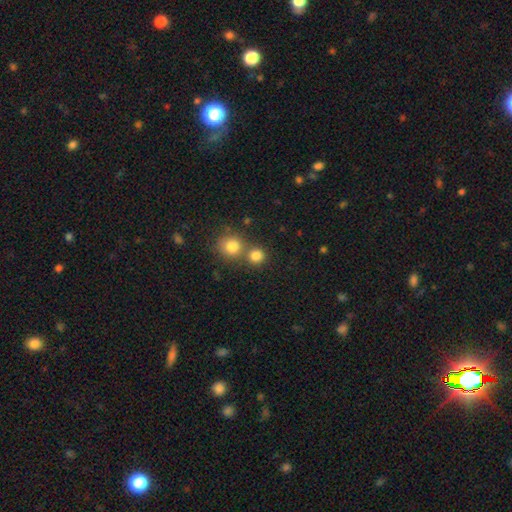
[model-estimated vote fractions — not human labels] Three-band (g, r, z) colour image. It shows a smooth galaxy with no disk features (81%) that is round (88%). Merging: none (58%).